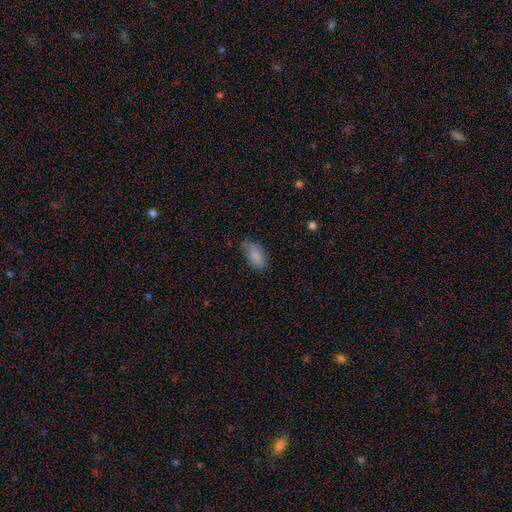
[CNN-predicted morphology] Smooth or featured? Predicted: smooth (p=0.86). How rounded? Predicted: in between (p=0.93). Merging? Predicted: none (p=0.63).